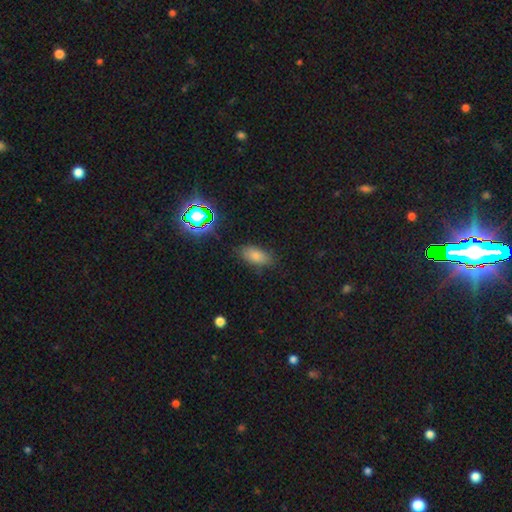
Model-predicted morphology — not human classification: A smooth galaxy with no disk features (74%) that is in between round and cigar-shaped (88%).

Vote fractions:
- Smooth or featured? smooth: 74% / star or artifact: 14% / featured or disk: 11%
- How rounded? in between: 88% / cigar-shaped: 8% / round: 5%
- Merging? none: 80% / minor disturbance: 15% / major disturbance: 4% / merger: 2%